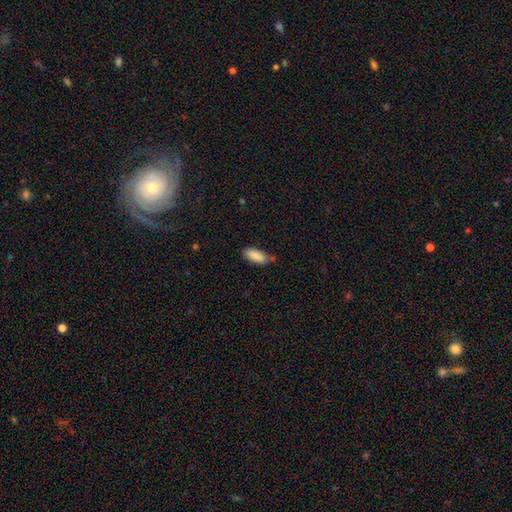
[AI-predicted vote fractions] smooth-or-featured: smooth: 89% | star or artifact: 6% | featured or disk: 5%
  how-rounded: in between: 80% | cigar-shaped: 19% | round: 2%
  merging: none: 76% | minor disturbance: 17% | merger: 4% | major disturbance: 3%